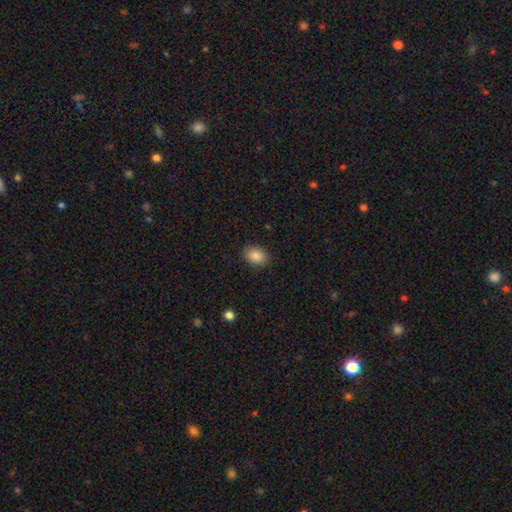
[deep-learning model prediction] smooth-or-featured: smooth: 87% | star or artifact: 8% | featured or disk: 5%
  how-rounded: in between: 67% | round: 32% | cigar-shaped: 1%
  merging: none: 88% | minor disturbance: 9% | major disturbance: 2% | merger: 1%